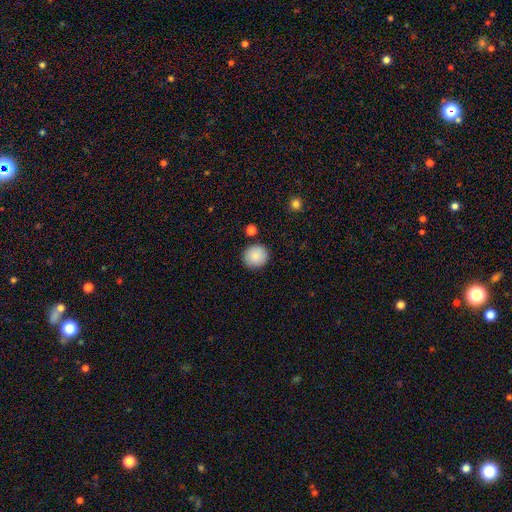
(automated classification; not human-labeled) Smooth or featured: smooth — 86% (star or artifact — 8%)
How rounded: round — 91% (in between — 8%)
Merging: none — 88% (minor disturbance — 7%)